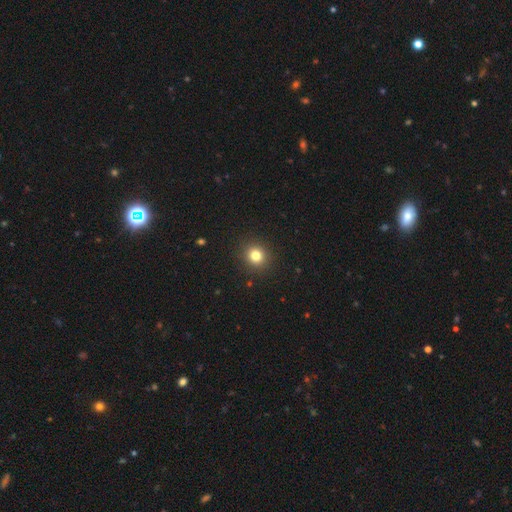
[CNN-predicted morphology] Overall: smooth (80%). How rounded: round (89%). Merging: none (91%).